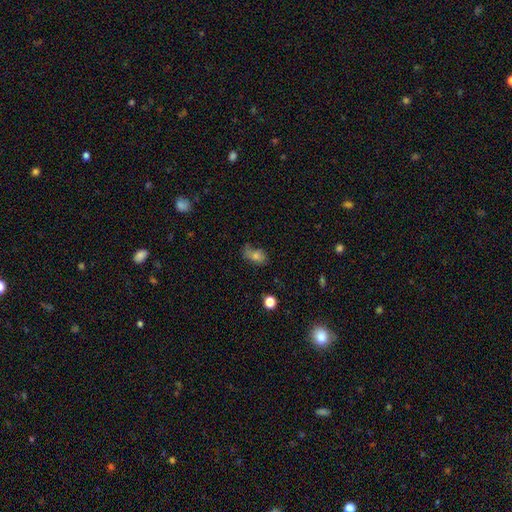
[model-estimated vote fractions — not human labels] Smooth or featured? smooth (66%)
How rounded? in between (78%)
Merging? none (52%)